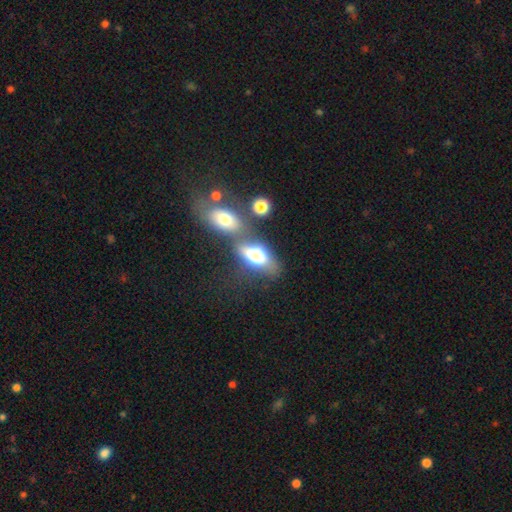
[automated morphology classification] Smooth or featured? smooth (65%)
How rounded? in between (82%)
Merging? merger (39%)